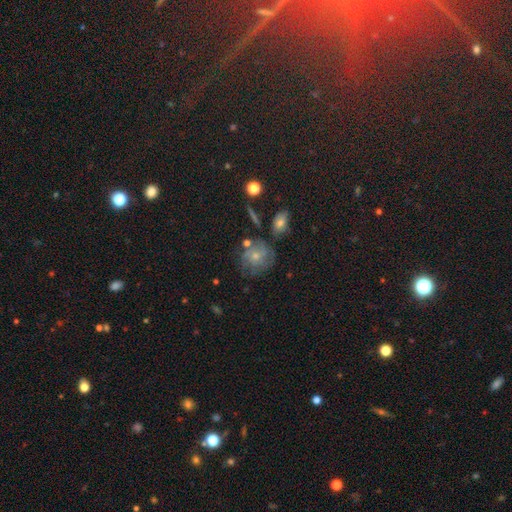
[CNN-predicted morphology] Smooth or featured?
  - featured or disk: 48% *
  - smooth: 41%
  - star or artifact: 10%
Merging?
  - none: 54% *
  - minor disturbance: 23%
  - major disturbance: 14%
  - merger: 9%